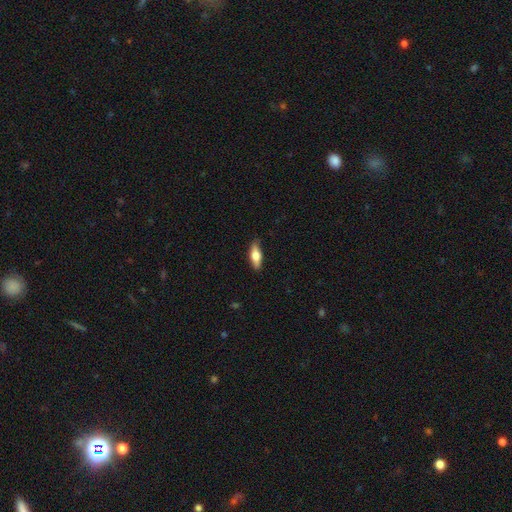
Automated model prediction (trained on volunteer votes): This is likely a smooth galaxy (63%). How rounded: likely in between (63%). Merging: clearly none (83%).